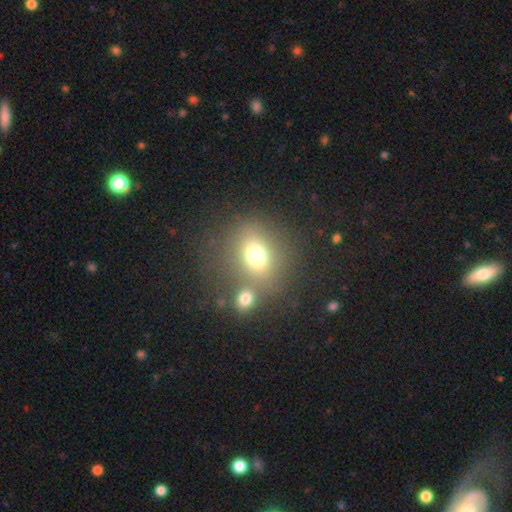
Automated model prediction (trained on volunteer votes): Morphology: type=smooth (71%); roundness=round (60%); merging=none (56%).